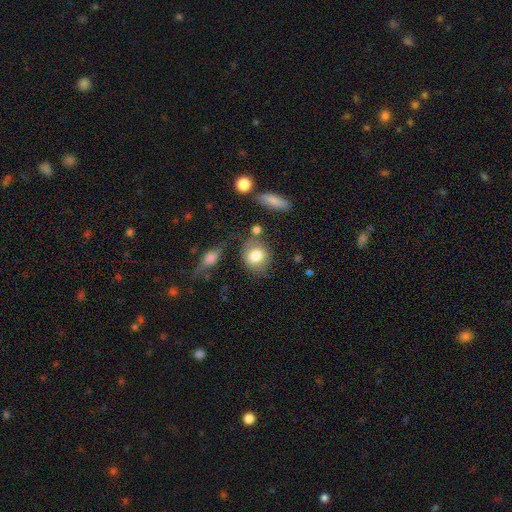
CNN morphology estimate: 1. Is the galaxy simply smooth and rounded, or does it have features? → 76% smooth, 16% featured or disk, 8% star or artifact.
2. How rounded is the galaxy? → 60% round, 38% in between, 2% cigar-shaped.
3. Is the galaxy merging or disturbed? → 57% none, 23% minor disturbance, 10% merger, 10% major disturbance.